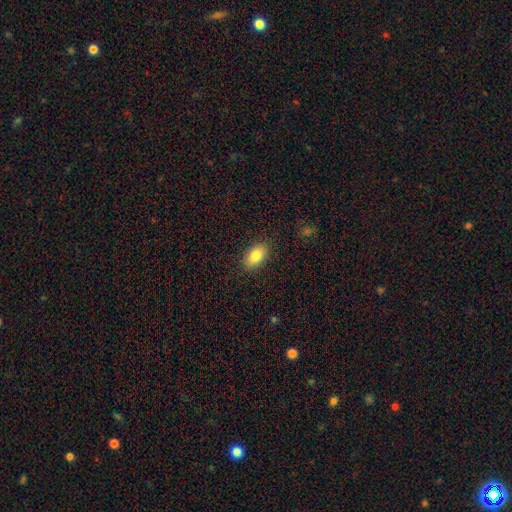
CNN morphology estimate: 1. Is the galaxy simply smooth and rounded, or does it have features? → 85% smooth, 8% star or artifact, 7% featured or disk.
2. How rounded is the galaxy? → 89% in between, 9% round, 2% cigar-shaped.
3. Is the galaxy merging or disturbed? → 87% none, 9% minor disturbance, 2% major disturbance, 1% merger.